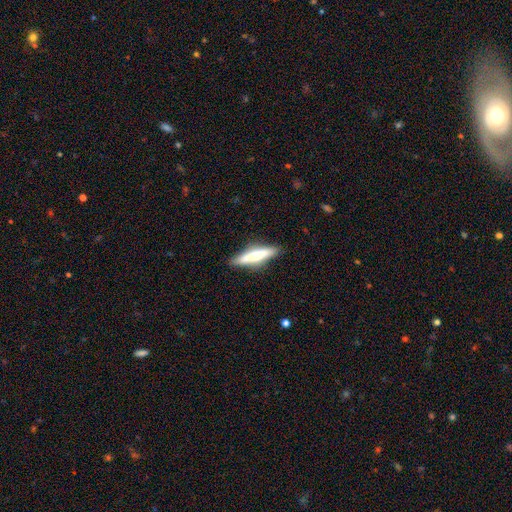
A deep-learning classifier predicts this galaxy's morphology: The model was most divided on "smooth or featured": smooth: 48%, featured or disk: 46%, star or artifact: 6%. More confident: merging — none (85%).